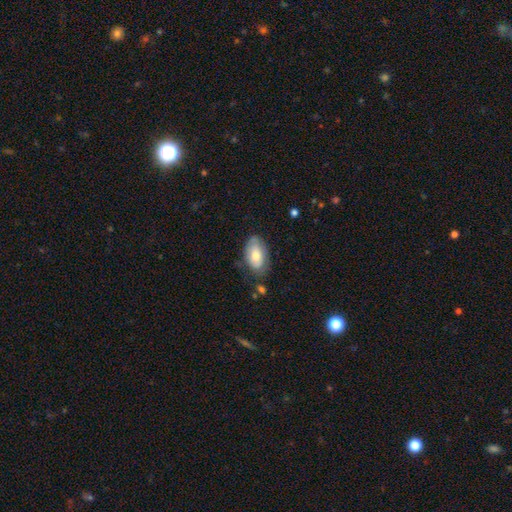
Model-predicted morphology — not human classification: This is likely a smooth galaxy (69%). How rounded: clearly in between (93%). Merging: likely none (67%).